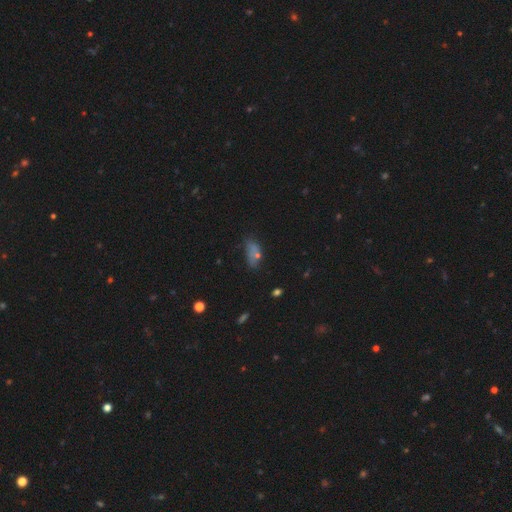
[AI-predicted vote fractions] Overall: smooth (56%; star or artifact 23%). How rounded: in between (77%). Merging: none (42%; minor disturbance 29%).